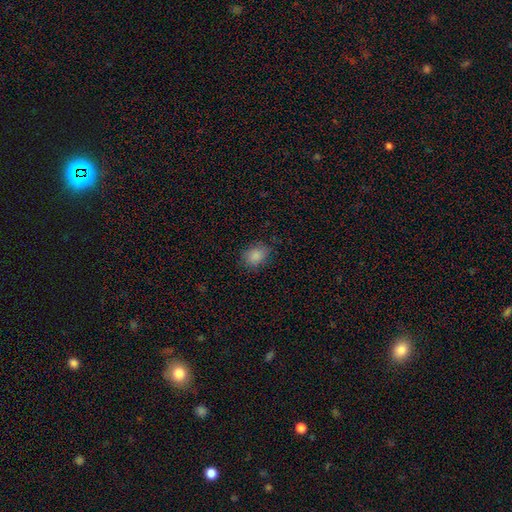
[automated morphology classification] Smooth or featured?
  - smooth: 86% *
  - star or artifact: 9%
  - featured or disk: 5%
How rounded?
  - in between: 65% *
  - round: 34%
  - cigar-shaped: 1%
Merging?
  - none: 79% *
  - minor disturbance: 16%
  - major disturbance: 4%
  - merger: 1%